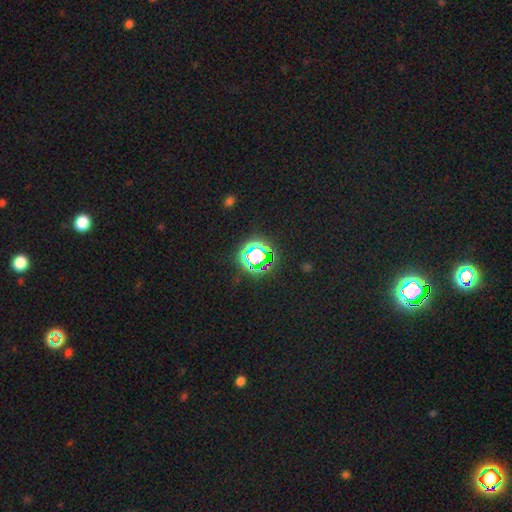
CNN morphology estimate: This is likely a star or artifact rather than a galaxy (66%).